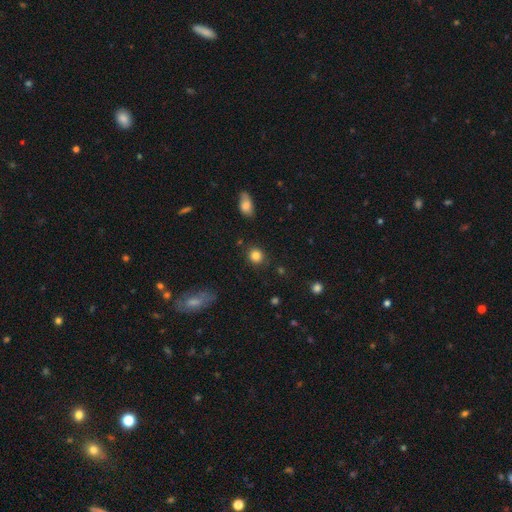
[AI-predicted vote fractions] Smooth or featured? Predicted: smooth (p=0.85). How rounded? Predicted: round (p=0.84). Merging? Predicted: none (p=0.87).